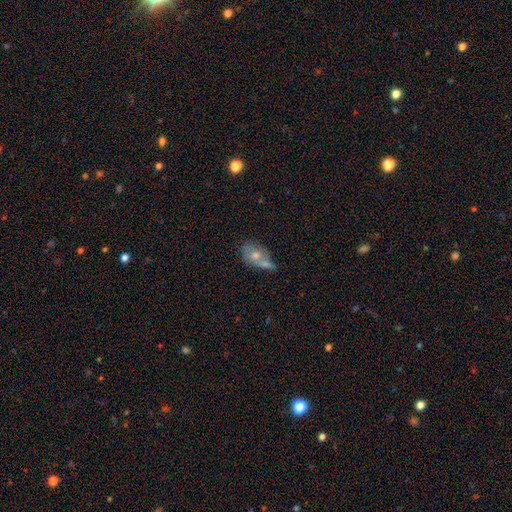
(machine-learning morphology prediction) Overall: smooth (49%; featured or disk 40%). Merging: merger (40%; none 32%).